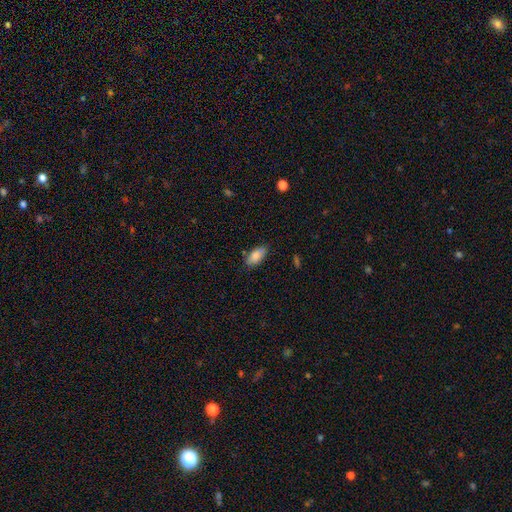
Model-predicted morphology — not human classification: smooth_or_featured: smooth (p=0.83) [alt: featured or disk p=0.10]
how_rounded: in between (p=0.89) [alt: cigar-shaped p=0.09]
merging: none (p=0.78) [alt: minor disturbance p=0.16]